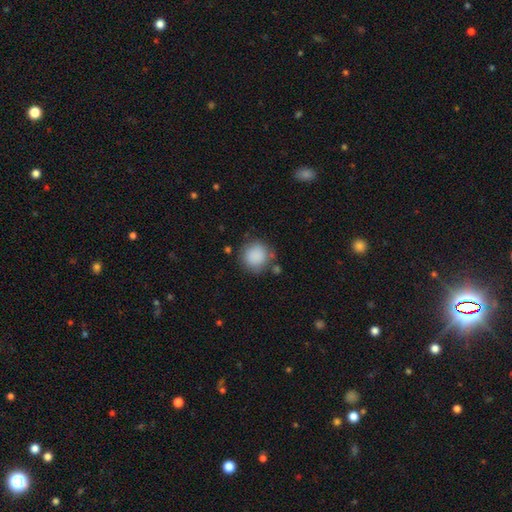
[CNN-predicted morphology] A smooth galaxy with no disk features (88%) that is round (91%).

Vote fractions:
- Smooth or featured? smooth: 88% / star or artifact: 8% / featured or disk: 5%
- How rounded? round: 91% / in between: 8% / cigar-shaped: 1%
- Merging? none: 78% / minor disturbance: 13% / merger: 5% / major disturbance: 5%